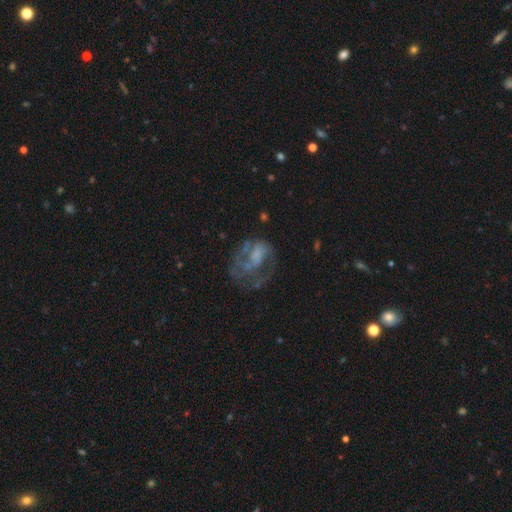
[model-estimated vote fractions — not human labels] Smooth or featured: featured or disk — 63% (smooth — 25%)
Edge-on disk: no — 97% (yes — 3%)
Bar: no — 70% (weak — 24%)
Spiral arms: no — 53% (yes — 47%)
Bulge size: none — 46% (moderate — 23%)
Merging: major disturbance — 40% (none — 36%)